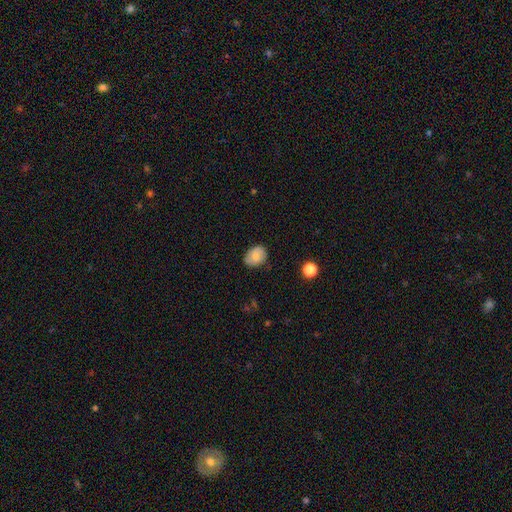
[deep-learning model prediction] Q: Smooth or featured?
A: smooth (75%); runner-up: featured or disk (17%)
Q: How rounded?
A: in between (58%); runner-up: round (41%)
Q: Merging?
A: none (77%); runner-up: minor disturbance (19%)